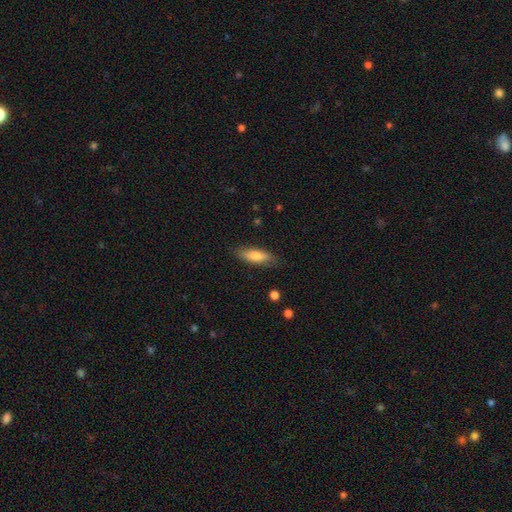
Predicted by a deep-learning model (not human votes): The model was most divided on "how rounded": in between: 50%, cigar-shaped: 48%, round: 2%. More confident: merging — none (82%); smooth or featured — smooth (78%).